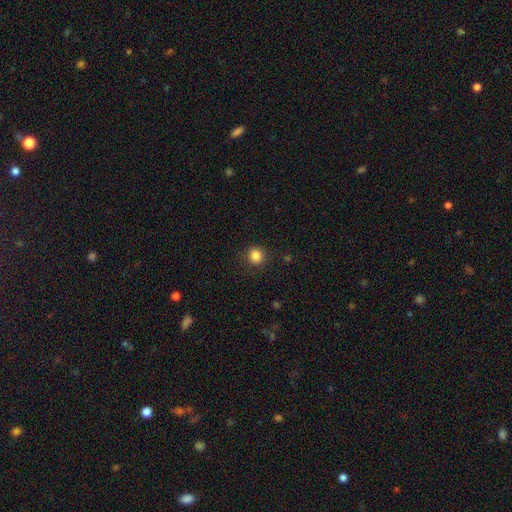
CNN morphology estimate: smooth_or_featured: smooth (p=0.85) [alt: star or artifact p=0.11]
how_rounded: round (p=0.87) [alt: in between p=0.12]
merging: none (p=0.88) [alt: minor disturbance p=0.08]